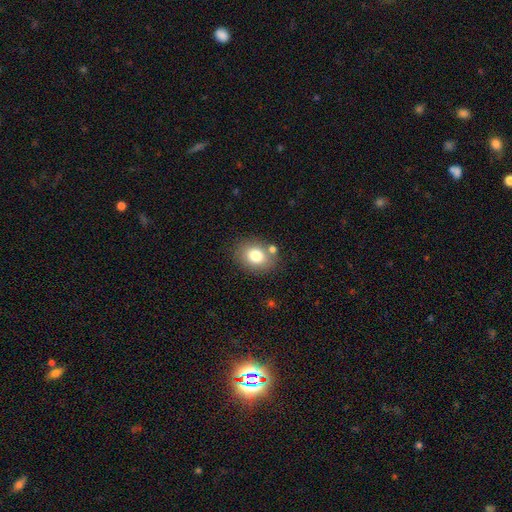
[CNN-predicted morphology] Overall: smooth (78%). How rounded: in between (54%; round 45%). Merging: none (74%).